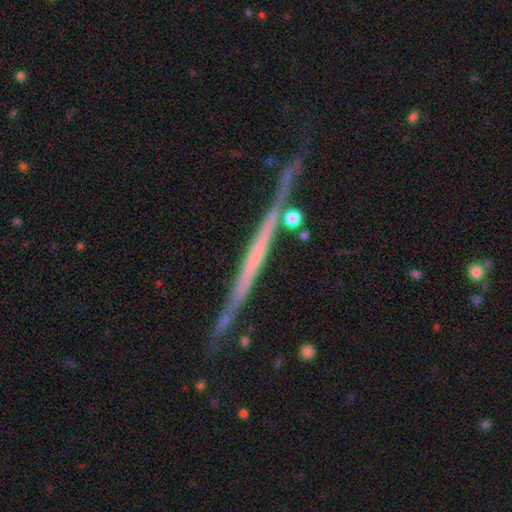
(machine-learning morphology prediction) This is likely a featured or disk galaxy (70%). It is clearly viewed edge-on (97%). Edge-on bulge: clearly none (87%). Merging: clearly none (82%).